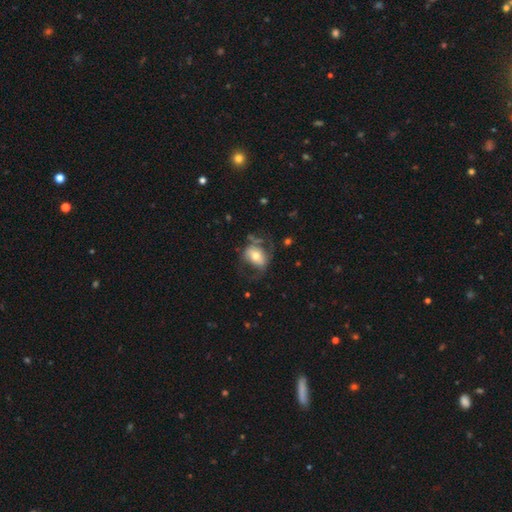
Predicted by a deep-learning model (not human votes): smooth-or-featured: featured or disk: 47% | smooth: 45% | star or artifact: 7%
  merging: none: 43% | major disturbance: 31% | minor disturbance: 22% | merger: 4%